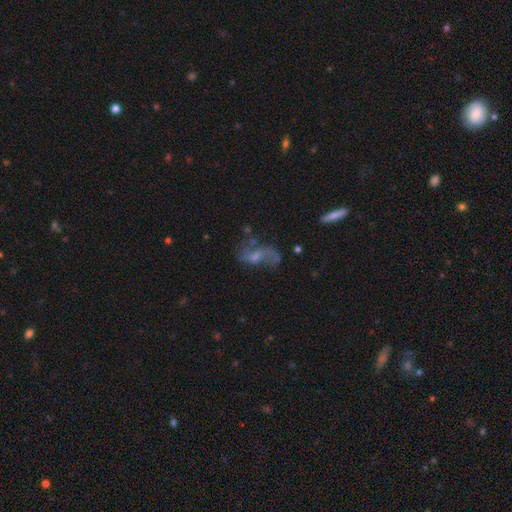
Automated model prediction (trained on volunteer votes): smooth_or_featured: featured or disk (p=0.68) [alt: smooth p=0.21]
disk_edge_on: no (p=0.96) [alt: yes p=0.04]
bar: weak (p=0.45) [tied with: no p=0.45]
has_spiral_arms: yes (p=0.77) [alt: no p=0.23]
spiral_winding: loose (p=0.81) [alt: medium p=0.15]
spiral_arm_count: 2 (p=0.75) [alt: 1 p=0.14]
bulge_size: small (p=0.37) [alt: none p=0.30]
merging: none (p=0.43) [alt: major disturbance p=0.29]